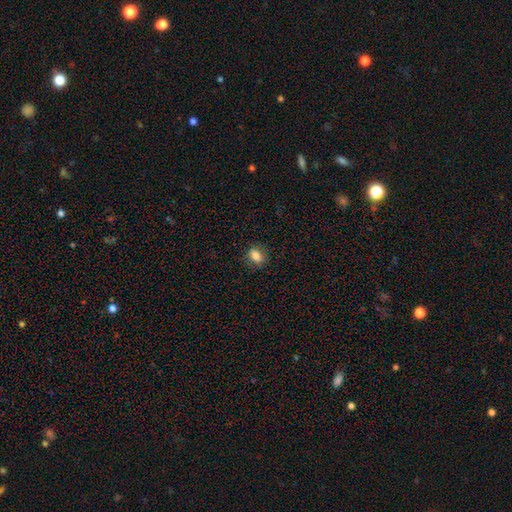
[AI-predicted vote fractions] Morphology: type=smooth (83%); roundness=in between (68%); merging=none (84%).